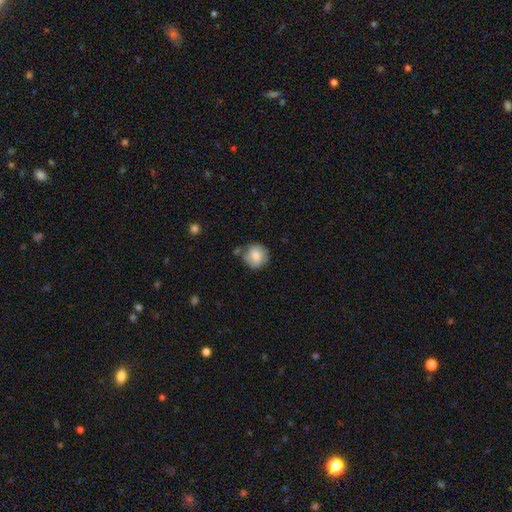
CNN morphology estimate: A smooth galaxy with no disk features (70%) that is round (88%).

Vote fractions:
- Smooth or featured? smooth: 70% / featured or disk: 22% / star or artifact: 8%
- How rounded? round: 88% / in between: 11% / cigar-shaped: 1%
- Merging? none: 64% / minor disturbance: 22% / merger: 8% / major disturbance: 6%